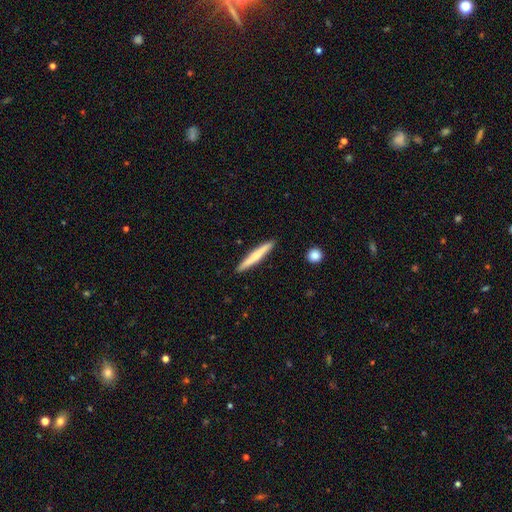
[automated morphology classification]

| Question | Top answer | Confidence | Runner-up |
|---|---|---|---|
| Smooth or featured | smooth | 63% | featured or disk (32%) |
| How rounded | cigar-shaped | 96% | in between (3%) |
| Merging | none | 91% | minor disturbance (6%) |